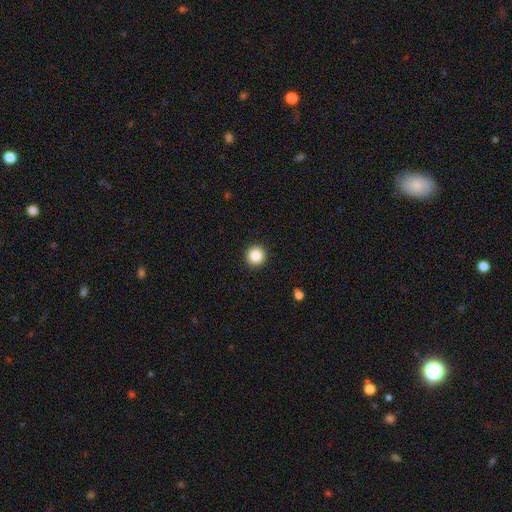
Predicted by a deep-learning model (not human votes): Smooth or featured? Predicted: smooth (p=0.87). How rounded? Predicted: round (p=0.95). Merging? Predicted: none (p=0.93).